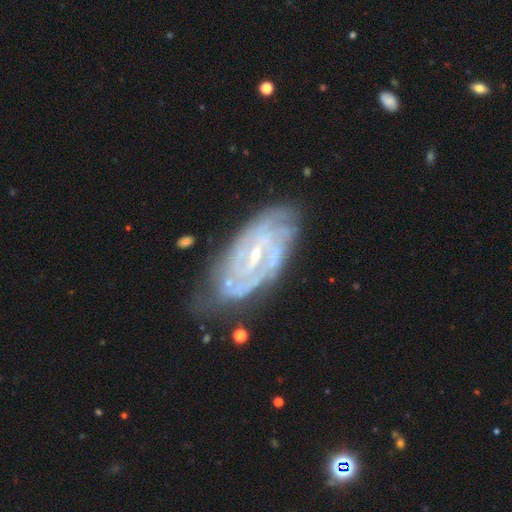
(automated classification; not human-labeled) This is clearly a featured or disk galaxy (86%). It is clearly not viewed edge-on (94%). Bar: possibly weak (47%). Spiral arm pattern: clearly yes (95%). Spiral arm count: marginally 2 (33%). Spiral winding: likely tight (63%). Central bulge: likely small (74%). Merging: likely none (67%).